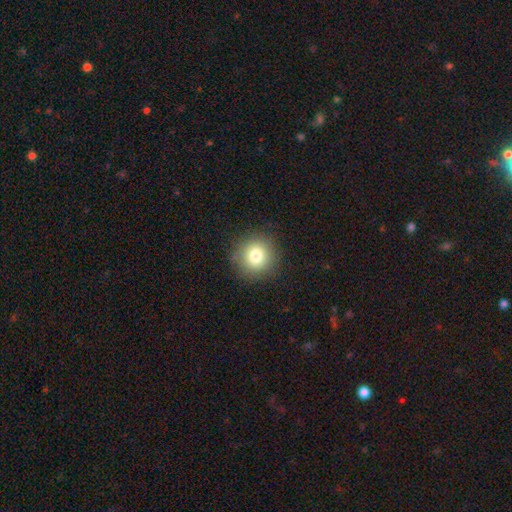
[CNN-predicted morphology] Q: Smooth or featured?
A: smooth (79%); runner-up: star or artifact (12%)
Q: How rounded?
A: round (92%); runner-up: in between (7%)
Q: Merging?
A: none (88%); runner-up: minor disturbance (8%)